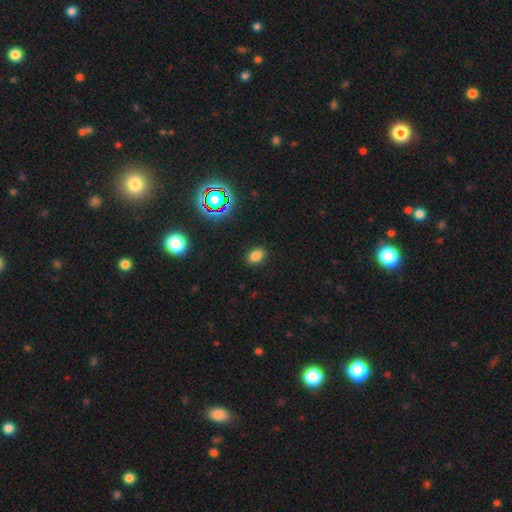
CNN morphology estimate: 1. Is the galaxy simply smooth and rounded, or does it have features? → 79% smooth, 15% star or artifact, 6% featured or disk.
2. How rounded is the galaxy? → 78% in between, 21% round, 1% cigar-shaped.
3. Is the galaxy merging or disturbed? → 88% none, 8% minor disturbance, 2% major disturbance, 1% merger.